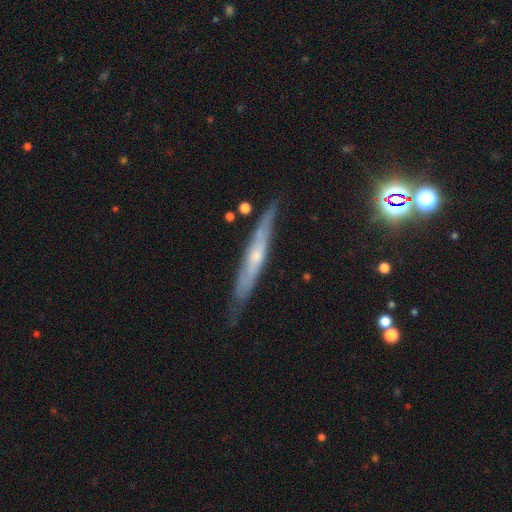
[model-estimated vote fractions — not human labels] Overall: featured or disk (66%; smooth 26%). Edge-on disk: yes (85%). Edge-on bulge: rounded (54%; none 41%). Merging: none (78%).